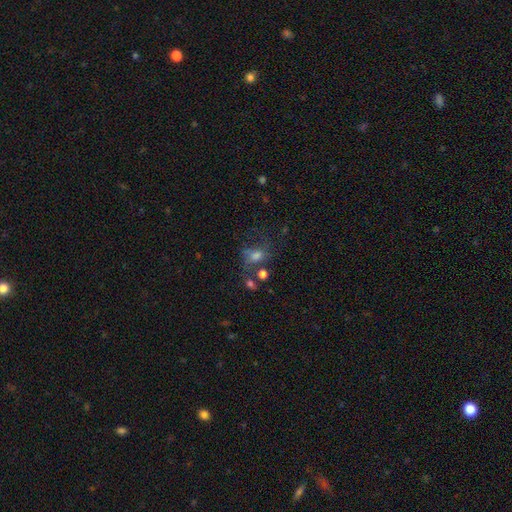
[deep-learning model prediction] Overall: smooth (49%; featured or disk 27%). Merging: none (44%; major disturbance 22%).